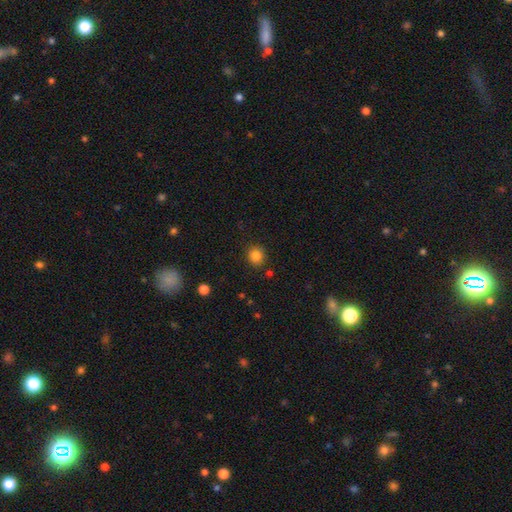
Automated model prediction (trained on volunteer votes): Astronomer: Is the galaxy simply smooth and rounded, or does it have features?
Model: smooth — 84%.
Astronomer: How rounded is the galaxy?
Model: round — 87%.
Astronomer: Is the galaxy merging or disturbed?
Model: none — 88%.